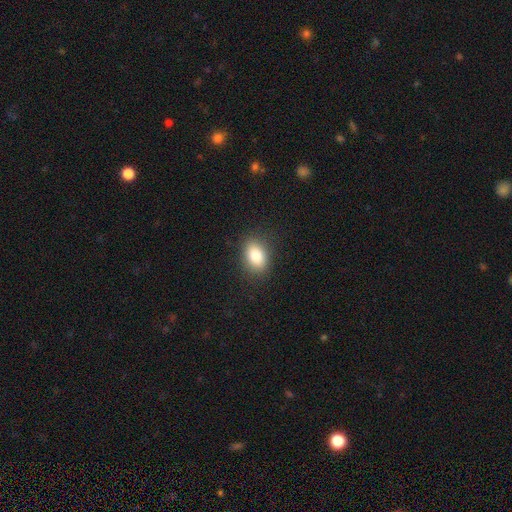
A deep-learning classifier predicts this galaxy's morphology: Overall: smooth (84%). How rounded: in between (80%). Merging: none (86%).